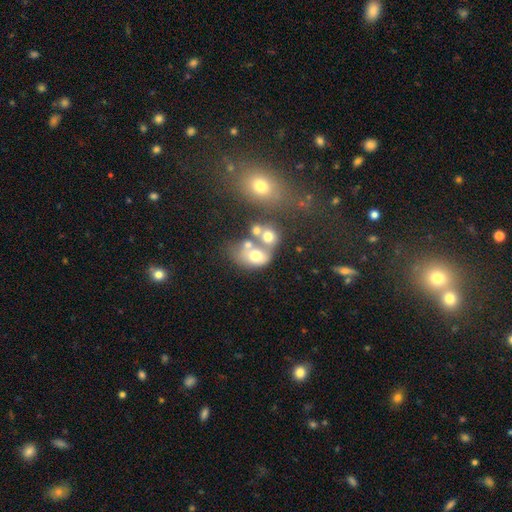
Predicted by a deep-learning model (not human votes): smooth-or-featured: smooth: 46% | star or artifact: 38% | featured or disk: 15%
  merging: none: 59% | merger: 21% | minor disturbance: 13% | major disturbance: 8%